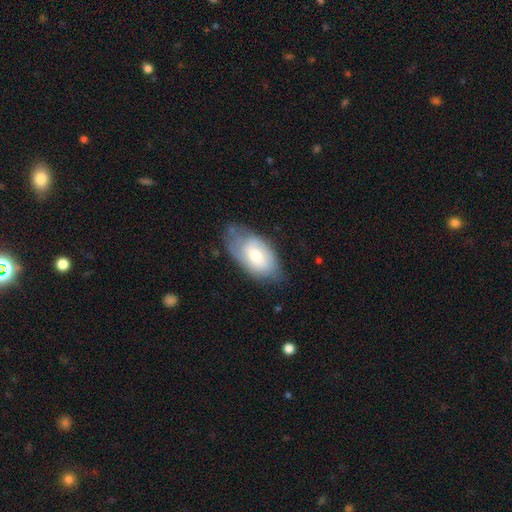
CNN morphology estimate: A smooth galaxy with no disk features (56%) that is in between round and cigar-shaped (93%). Merging: none (51%).